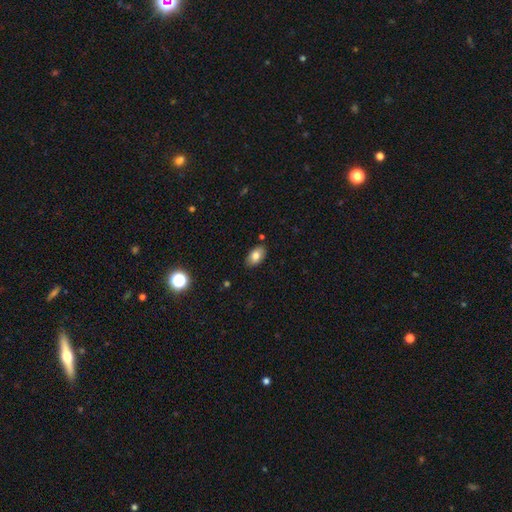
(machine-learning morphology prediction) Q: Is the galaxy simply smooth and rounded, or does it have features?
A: smooth — 80%.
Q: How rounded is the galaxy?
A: in between — 91%.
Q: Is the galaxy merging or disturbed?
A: none — 85%.